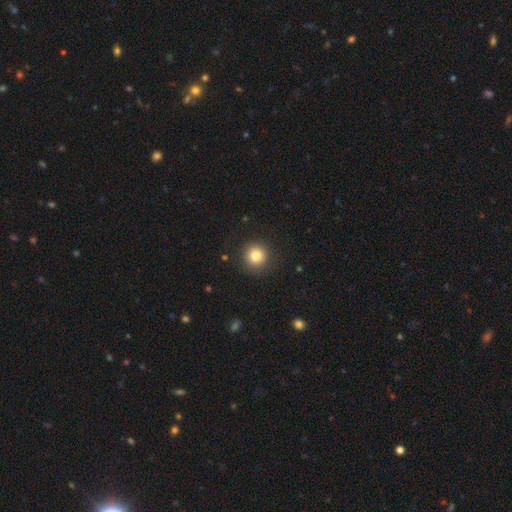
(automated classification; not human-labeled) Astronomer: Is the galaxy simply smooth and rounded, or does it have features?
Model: smooth — 82%.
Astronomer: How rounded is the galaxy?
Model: round — 94%.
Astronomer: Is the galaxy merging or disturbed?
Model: none — 89%.